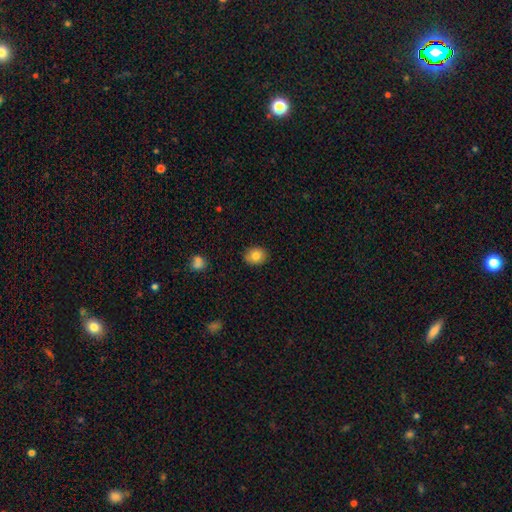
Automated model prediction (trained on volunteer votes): Smooth or featured? Predicted: smooth (p=0.82). How rounded? Predicted: round (p=0.56). Merging? Predicted: none (p=0.87).